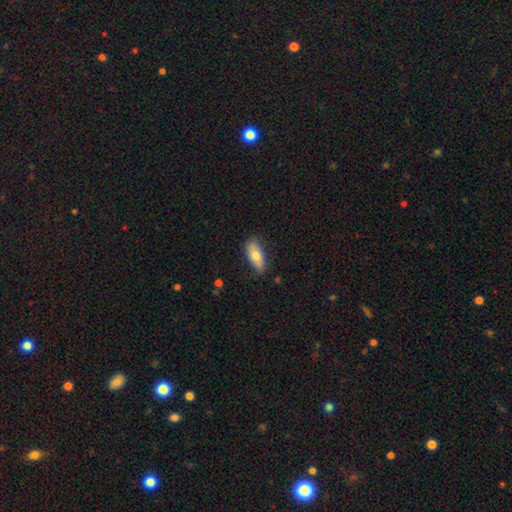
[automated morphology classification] Smooth or featured? smooth (72%)
How rounded? in between (80%)
Merging? none (78%)